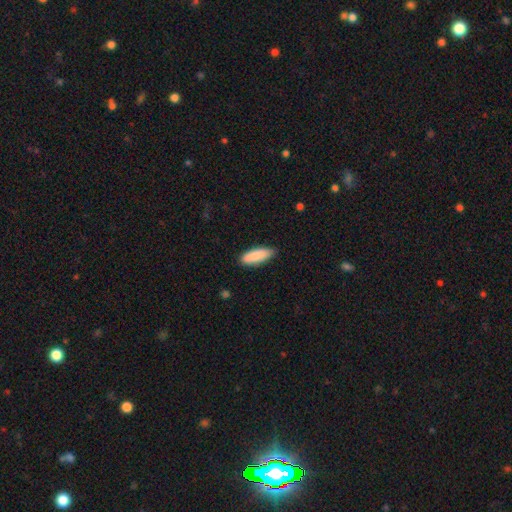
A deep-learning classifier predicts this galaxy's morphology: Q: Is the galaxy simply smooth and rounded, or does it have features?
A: smooth — 87%.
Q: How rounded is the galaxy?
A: in between — 66%.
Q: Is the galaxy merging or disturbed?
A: none — 82%.